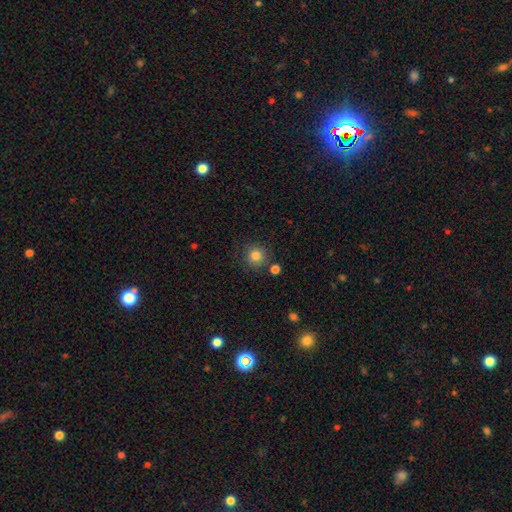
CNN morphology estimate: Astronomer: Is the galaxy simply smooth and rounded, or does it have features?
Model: smooth — 83%.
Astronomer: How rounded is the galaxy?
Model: round — 93%.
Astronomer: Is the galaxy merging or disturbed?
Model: none — 82%.